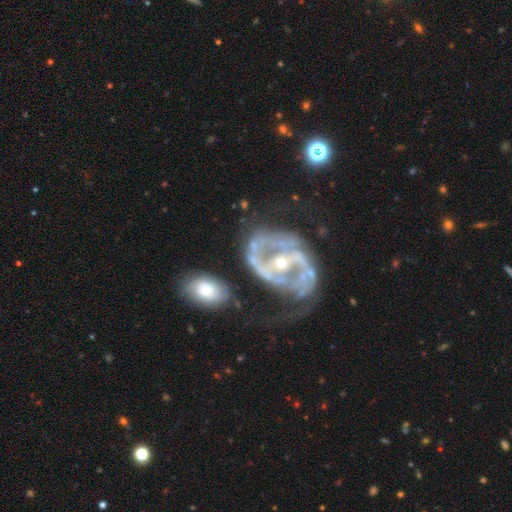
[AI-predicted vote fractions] Q: Smooth or featured?
A: featured or disk (82%); runner-up: smooth (11%)
Q: Edge-on disk?
A: no (96%); runner-up: yes (4%)
Q: Bar?
A: strong (42%); runner-up: no (32%)
Q: Spiral arms?
A: yes (62%); runner-up: no (38%)
Q: Bulge size?
A: moderate (48%); runner-up: small (45%)
Q: Merging?
A: none (43%); runner-up: major disturbance (25%)